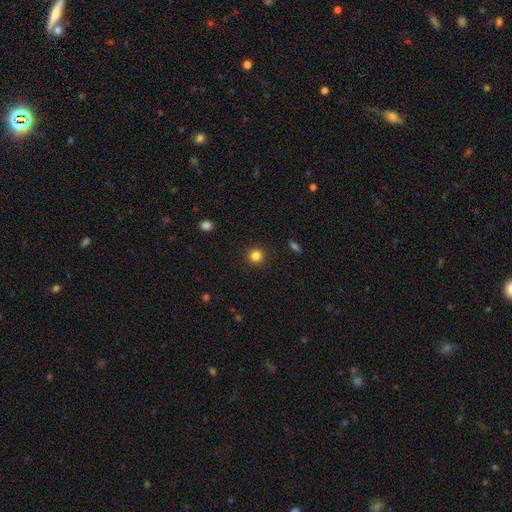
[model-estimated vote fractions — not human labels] Smooth or featured? Predicted: smooth (p=0.83). How rounded? Predicted: round (p=0.94). Merging? Predicted: none (p=0.91).